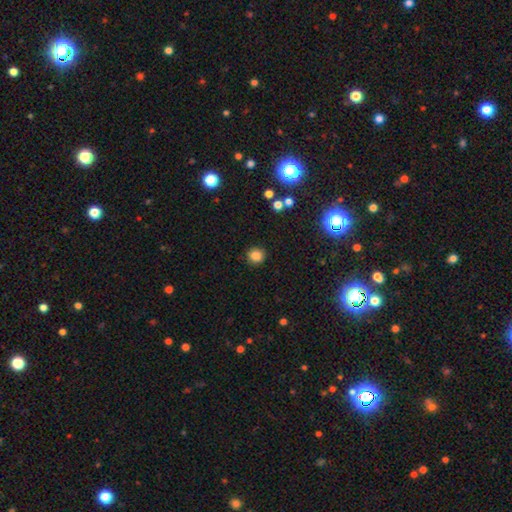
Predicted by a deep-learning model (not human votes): A smooth galaxy with no disk features (83%) that is round (89%). Merging: none (90%).